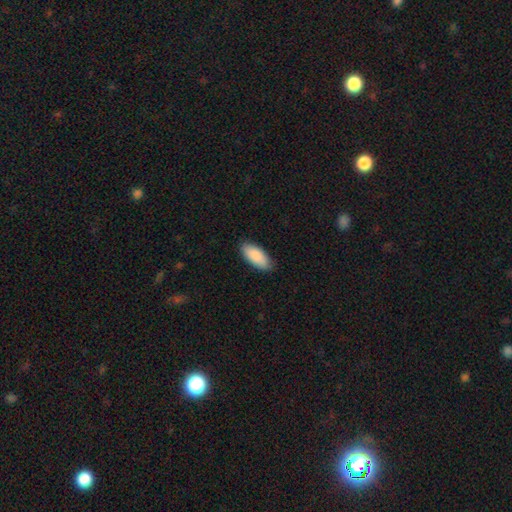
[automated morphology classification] The model was most divided on "merging": none: 87%, minor disturbance: 10%, major disturbance: 2%, merger: 1%. More confident: smooth or featured — smooth (89%); how rounded — in between (88%).